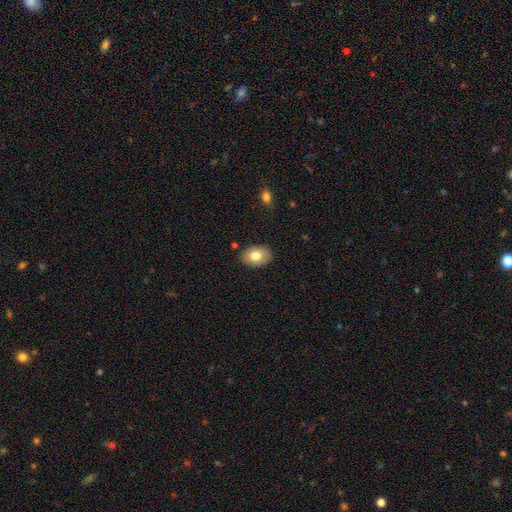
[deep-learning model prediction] This is likely a smooth galaxy (78%). How rounded: clearly in between (81%). Merging: clearly none (87%).